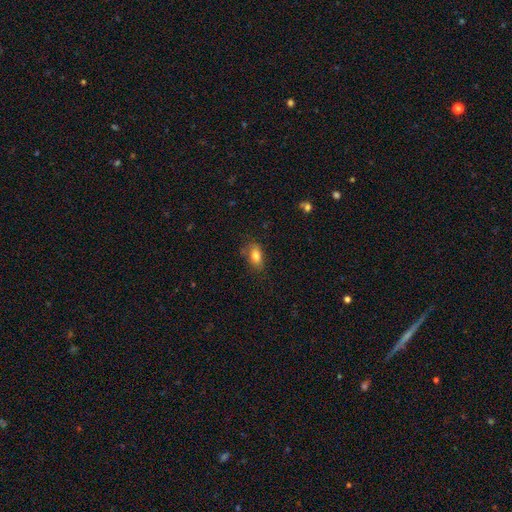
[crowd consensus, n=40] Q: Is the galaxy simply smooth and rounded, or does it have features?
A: smooth — 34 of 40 (85%).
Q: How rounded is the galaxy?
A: in between — 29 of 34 (85%).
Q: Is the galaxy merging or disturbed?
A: none — 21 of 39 (54%).